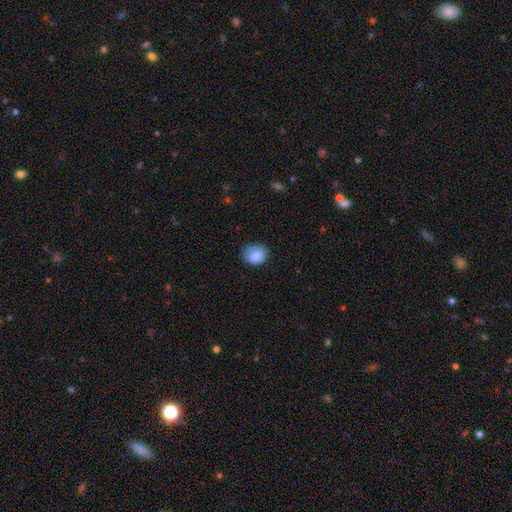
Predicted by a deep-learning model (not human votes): Smooth or featured? Predicted: smooth (p=0.85). How rounded? Predicted: in between (p=0.50). Merging? Predicted: none (p=0.66).